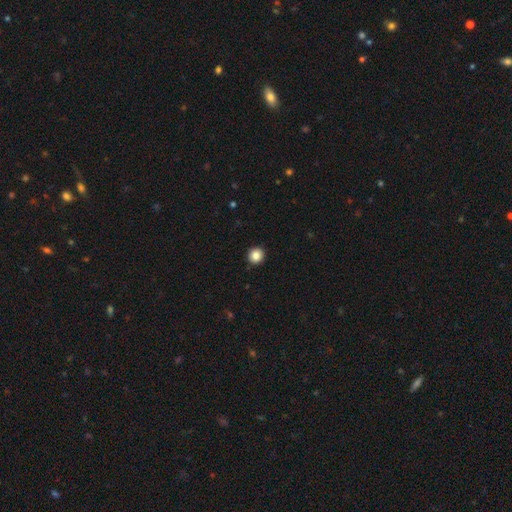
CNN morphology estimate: smooth_or_featured: smooth (p=0.85) [alt: star or artifact p=0.10]
how_rounded: round (p=0.95) [alt: in between p=0.04]
merging: none (p=0.93) [alt: minor disturbance p=0.04]